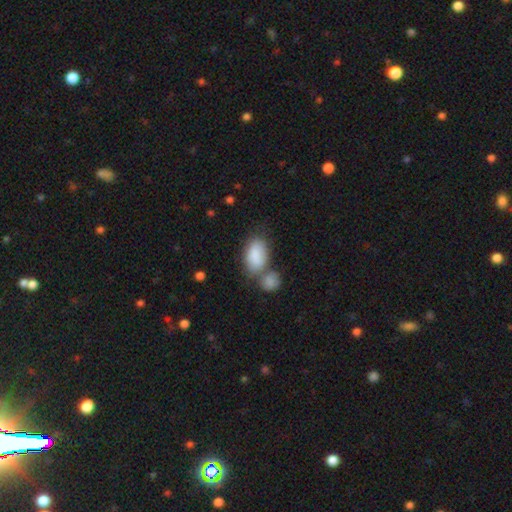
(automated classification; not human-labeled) smooth_or_featured: smooth (p=0.83) [alt: featured or disk p=0.11]
how_rounded: in between (p=0.91) [alt: round p=0.06]
merging: merger (p=0.46) [alt: none p=0.32]